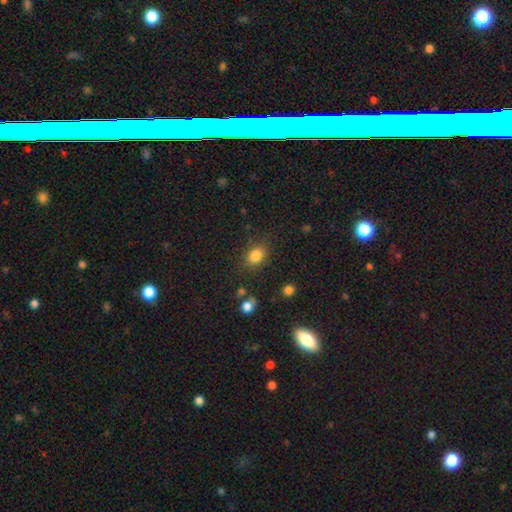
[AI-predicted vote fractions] Morphology: type=smooth (83%); roundness=in between (56%); merging=none (79%).